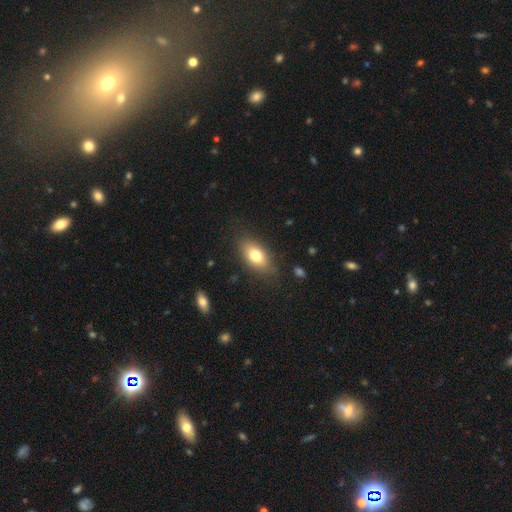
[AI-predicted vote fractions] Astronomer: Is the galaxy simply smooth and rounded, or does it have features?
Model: smooth — 76%.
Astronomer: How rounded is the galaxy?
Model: in between — 88%.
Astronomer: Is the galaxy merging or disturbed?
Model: none — 81%.